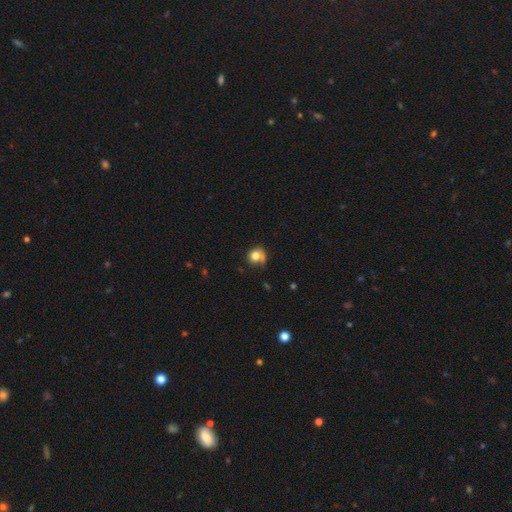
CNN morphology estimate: A smooth galaxy with no disk features (75%) that is round (80%).

Vote fractions:
- Smooth or featured? smooth: 75% / featured or disk: 15% / star or artifact: 10%
- How rounded? round: 80% / in between: 19% / cigar-shaped: 1%
- Merging? none: 52% / minor disturbance: 25% / major disturbance: 14% / merger: 9%